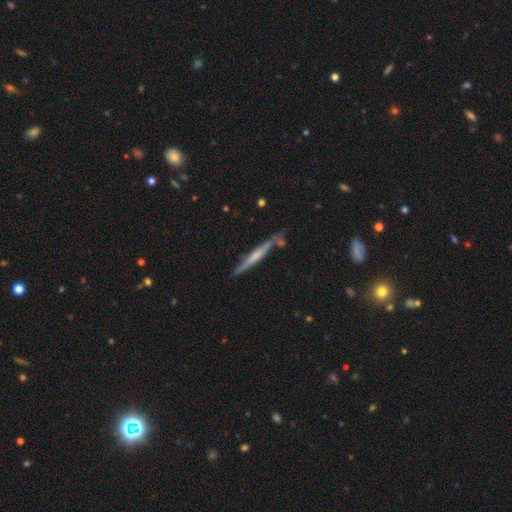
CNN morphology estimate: featured or disk 58%, smooth 36%, star or artifact 6%. Down the decision tree: edge-on disk — yes (95%); edge-on bulge — none (52%); merging — none (77%).